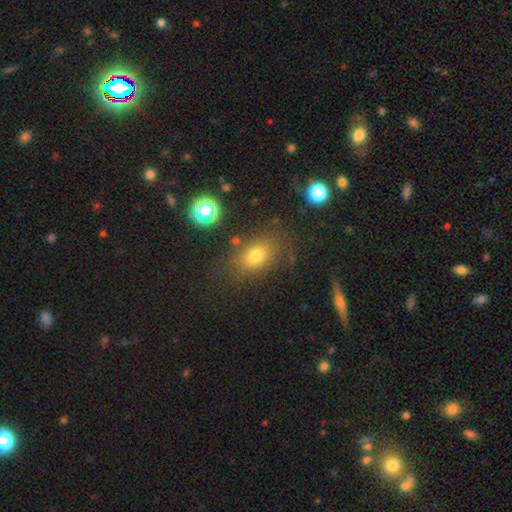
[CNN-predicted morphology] This is likely a smooth galaxy (74%). How rounded: likely in between (76%). Merging: likely none (76%).